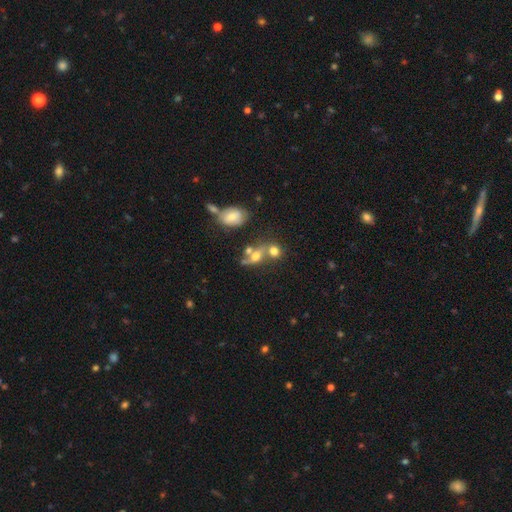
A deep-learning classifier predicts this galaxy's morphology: This is possibly a smooth galaxy (46%). Merging: marginally merger (42%).